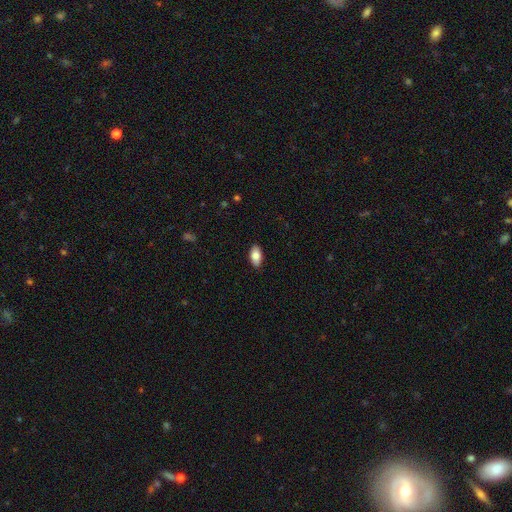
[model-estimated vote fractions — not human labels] Smooth or featured?
  - smooth: 82% *
  - featured or disk: 12%
  - star or artifact: 7%
How rounded?
  - in between: 92% *
  - cigar-shaped: 4%
  - round: 3%
Merging?
  - none: 88% *
  - minor disturbance: 9%
  - major disturbance: 2%
  - merger: 1%